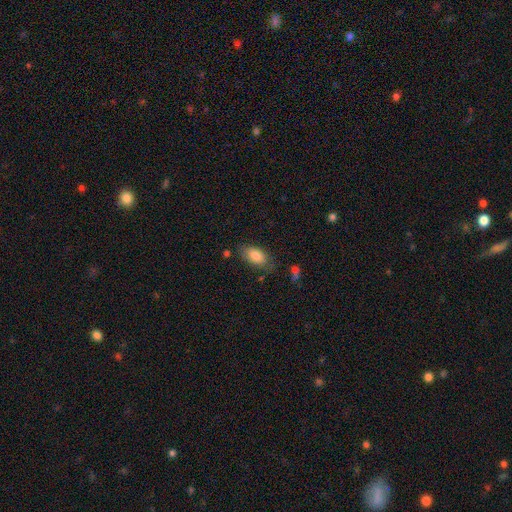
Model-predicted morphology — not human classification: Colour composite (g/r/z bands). It shows a smooth galaxy with no disk features (85%) that is in between round and cigar-shaped (92%). Merging: none (71%).